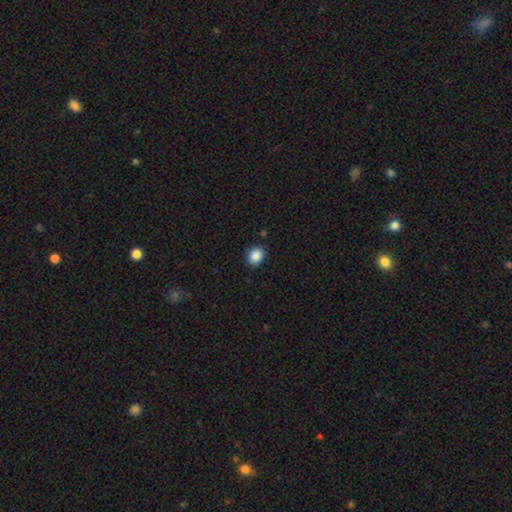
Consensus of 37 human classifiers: Smooth or featured: smooth — 92% (featured or disk — 5%)
How rounded: in between — 68% (round — 32%)
Merging: none — 89% (minor disturbance — 8%)